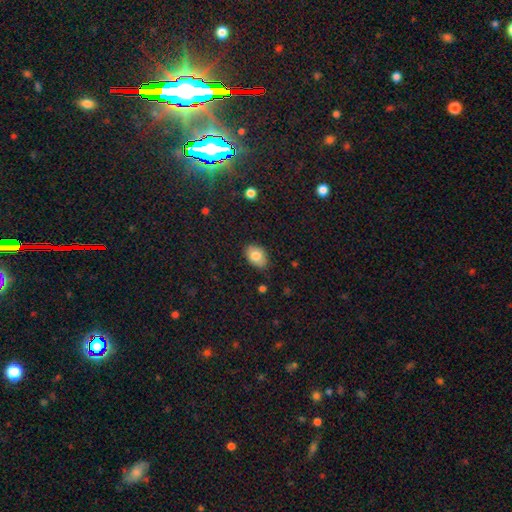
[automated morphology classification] smooth_or_featured: smooth (p=0.81) [alt: featured or disk p=0.11]
how_rounded: in between (p=0.84) [alt: round p=0.15]
merging: none (p=0.81) [alt: minor disturbance p=0.15]